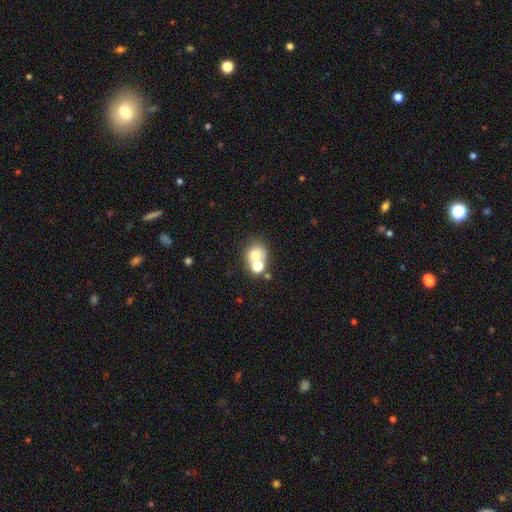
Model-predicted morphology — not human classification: A smooth galaxy with no disk features (68%) that is round (69%).

Vote fractions:
- Smooth or featured? smooth: 68% / featured or disk: 19% / star or artifact: 13%
- How rounded? round: 69% / in between: 30% / cigar-shaped: 1%
- Merging? merger: 50% / none: 37% / minor disturbance: 8% / major disturbance: 5%